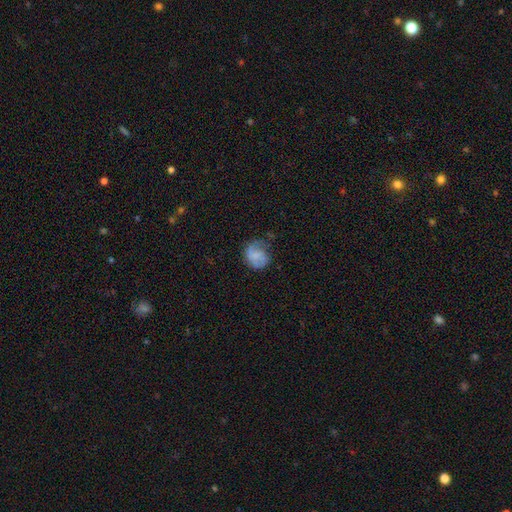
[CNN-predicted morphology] A smooth galaxy with no disk features (58%) that is round (70%).

Vote fractions:
- Smooth or featured? smooth: 58% / featured or disk: 33% / star or artifact: 9%
- How rounded? round: 70% / in between: 29% / cigar-shaped: 1%
- Merging? none: 48% / minor disturbance: 31% / major disturbance: 19% / merger: 2%